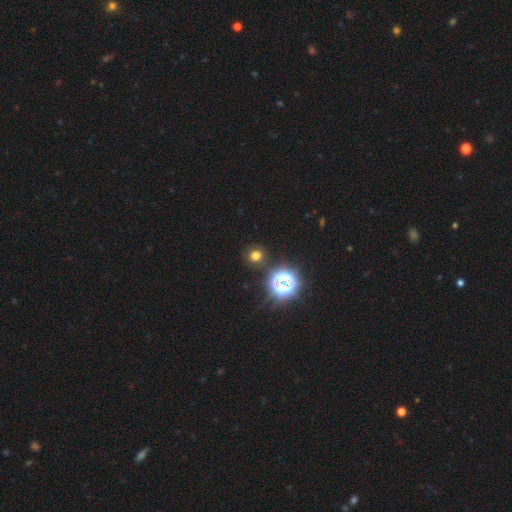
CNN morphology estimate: A smooth galaxy with no disk features (68%) that is round (87%).

Vote fractions:
- Smooth or featured? smooth: 68% / star or artifact: 26% / featured or disk: 6%
- How rounded? round: 87% / in between: 12% / cigar-shaped: 1%
- Merging? none: 86% / minor disturbance: 7% / merger: 3% / major disturbance: 3%